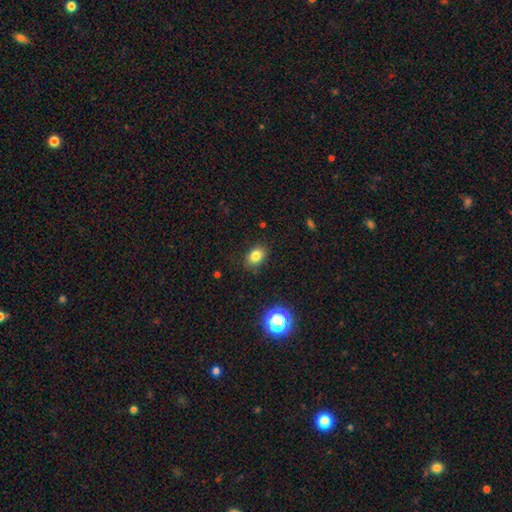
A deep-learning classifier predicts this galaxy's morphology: This appears to be a smooth galaxy with no disk features (82%) that is in between round and cigar-shaped (67%). Merging: none (85%).